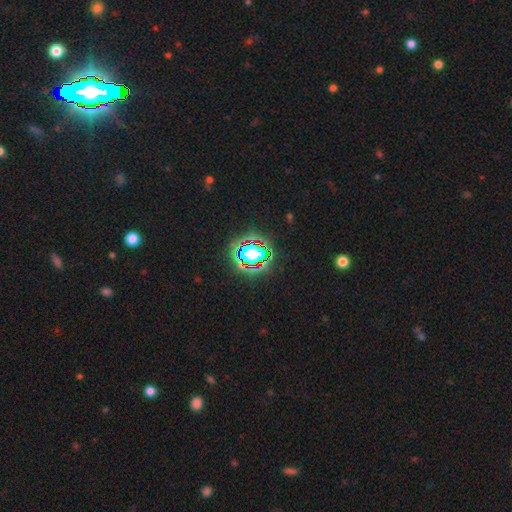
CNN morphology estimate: Smooth or featured: star or artifact — 81% (smooth — 11%)